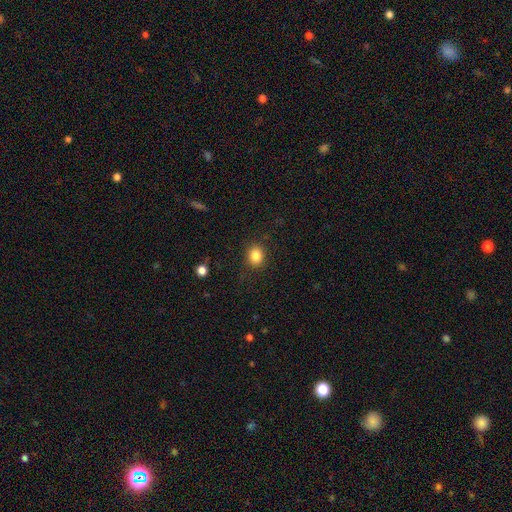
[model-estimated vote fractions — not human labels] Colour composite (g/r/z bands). It shows a smooth galaxy with no disk features (84%) that is round (67%). Merging: none (86%).